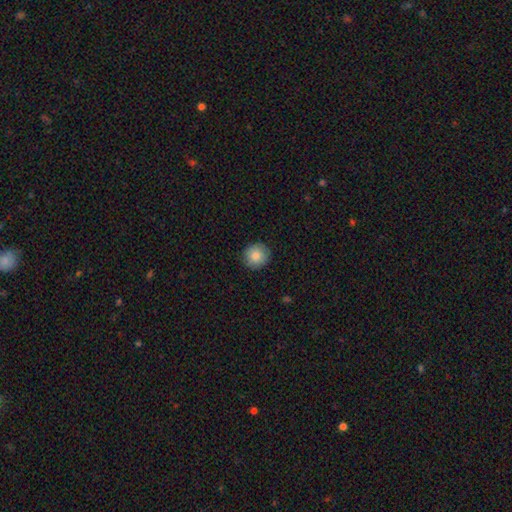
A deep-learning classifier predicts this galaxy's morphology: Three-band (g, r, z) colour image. It shows a smooth galaxy with no disk features (85%) that is round (92%). Merging: none (89%).